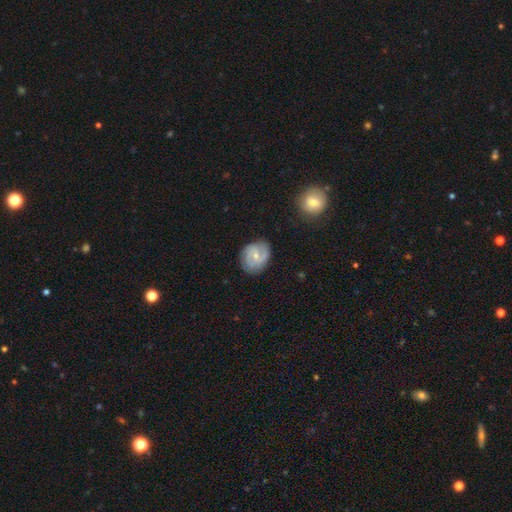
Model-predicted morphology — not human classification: smooth_or_featured: featured or disk (p=0.71) [alt: smooth p=0.23]
disk_edge_on: no (p=0.97) [alt: yes p=0.03]
bar: weak (p=0.47) [alt: no p=0.43]
has_spiral_arms: yes (p=0.91) [alt: no p=0.09]
spiral_winding: medium (p=0.44) [alt: tight p=0.40]
spiral_arm_count: 2 (p=0.64) [alt: can't tell p=0.16]
bulge_size: small (p=0.58) [alt: moderate p=0.38]
merging: none (p=0.77) [alt: minor disturbance p=0.17]